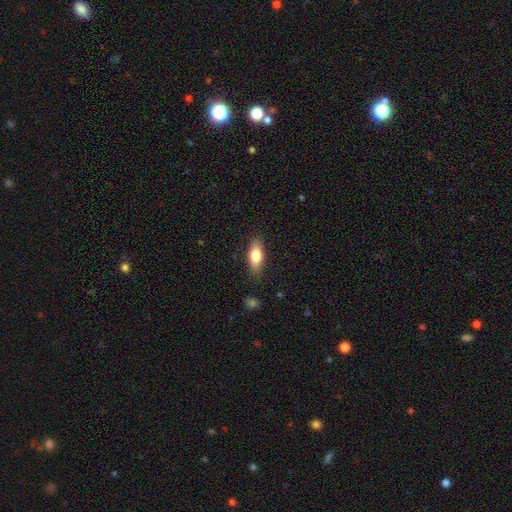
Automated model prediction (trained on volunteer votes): A smooth galaxy with no disk features (74%) that is in between round and cigar-shaped (74%).

Vote fractions:
- Smooth or featured? smooth: 74% / featured or disk: 19% / star or artifact: 7%
- How rounded? in between: 74% / cigar-shaped: 23% / round: 3%
- Merging? none: 85% / minor disturbance: 12% / major disturbance: 3% / merger: 1%